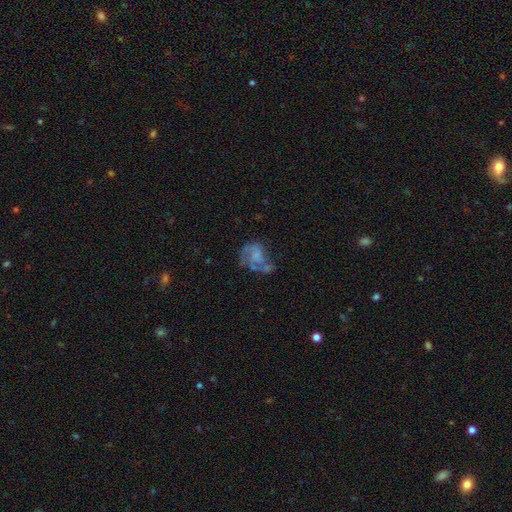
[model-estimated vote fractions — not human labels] Smooth or featured?
  - featured or disk: 59% *
  - smooth: 31%
  - star or artifact: 11%
Edge-on disk?
  - no: 98% *
  - yes: 2%
Bar?
  - no: 79% *
  - weak: 18%
  - strong: 3%
Spiral arms?
  - yes: 60% *
  - no: 40%
Bulge size?
  - none: 58% *
  - small: 18%
  - moderate: 15%
  - large: 7%
  - dominant: 2%
Merging?
  - major disturbance: 36% *
  - none: 30%
  - minor disturbance: 21%
  - merger: 14%